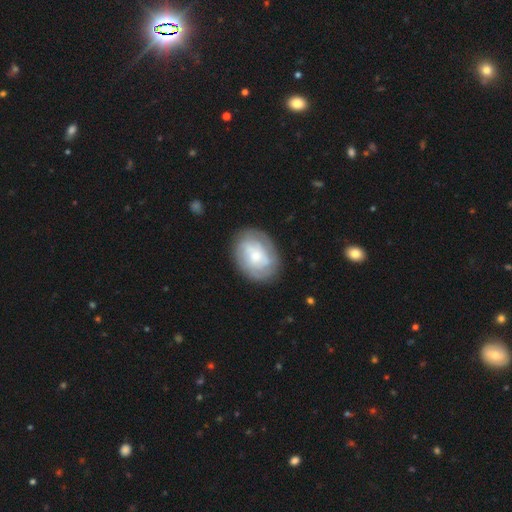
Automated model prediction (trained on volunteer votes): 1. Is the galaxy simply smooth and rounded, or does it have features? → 55% featured or disk, 38% smooth, 7% star or artifact.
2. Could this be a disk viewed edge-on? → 97% no, 3% yes.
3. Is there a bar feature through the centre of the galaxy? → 69% no, 26% weak, 5% strong.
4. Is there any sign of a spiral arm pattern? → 76% yes, 24% no.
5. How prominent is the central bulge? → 42% moderate, 35% small, 15% large, 5% none, 2% dominant.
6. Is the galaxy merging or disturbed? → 77% none, 16% minor disturbance, 6% major disturbance, 1% merger.